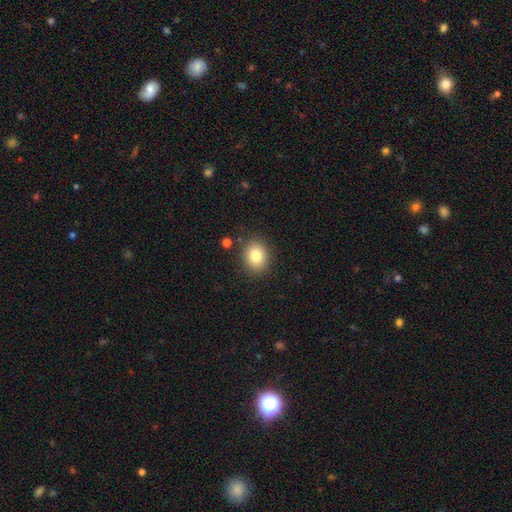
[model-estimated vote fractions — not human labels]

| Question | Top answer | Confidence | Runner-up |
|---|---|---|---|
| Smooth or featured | smooth | 83% | star or artifact (9%) |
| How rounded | round | 54% | in between (45%) |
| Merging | none | 86% | minor disturbance (9%) |